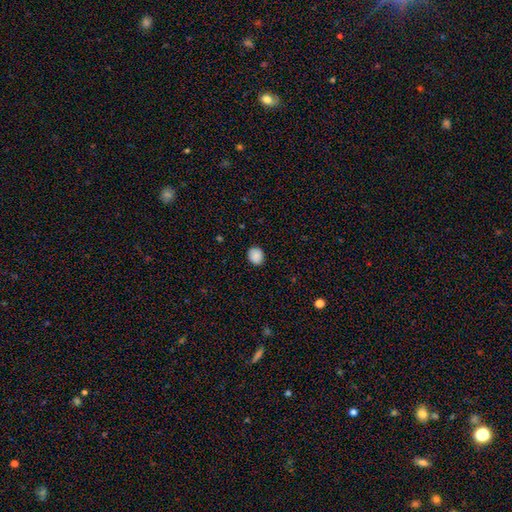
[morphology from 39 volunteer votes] Smooth or featured?
  - smooth: 92% *
  - star or artifact: 5%
  - featured or disk: 3%
How rounded?
  - round: 53% *
  - in between: 47%
  - cigar-shaped: 0%
Merging?
  - none: 84% *
  - minor disturbance: 16%
  - major disturbance: 0%
  - merger: 0%